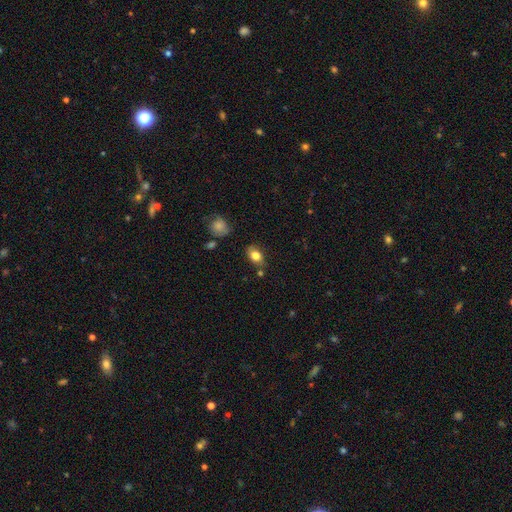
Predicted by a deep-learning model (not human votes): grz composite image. It shows a smooth galaxy with no disk features (80%) that is in between round and cigar-shaped (80%). Merging: none (72%).